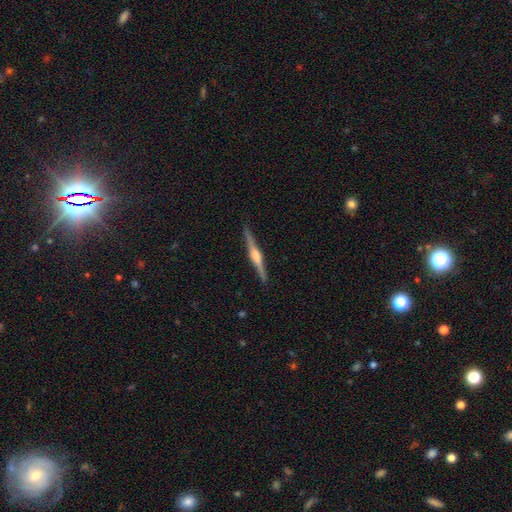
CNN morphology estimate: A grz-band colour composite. It shows a featured or disk galaxy (83%) viewed edge-on (99%) with a rounded central bulge (83%). Merging: none (92%).